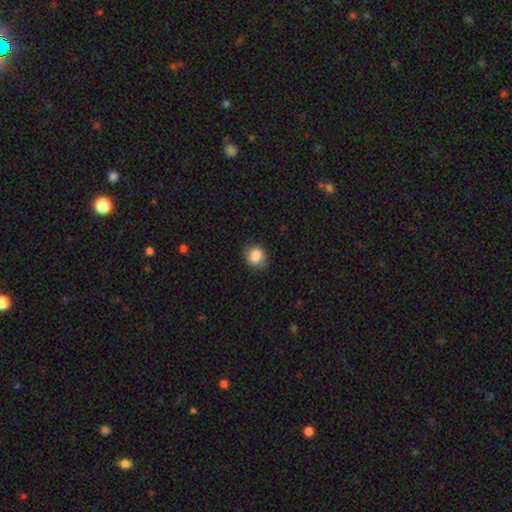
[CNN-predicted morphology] This is clearly a smooth galaxy (85%). How rounded: likely round (69%). Merging: likely none (80%).